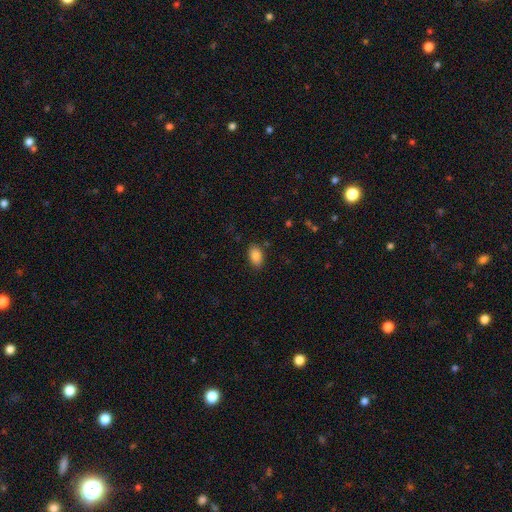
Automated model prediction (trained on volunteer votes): This appears to be a smooth galaxy with no disk features (85%) that is in between round and cigar-shaped (89%). Merging: none (85%).